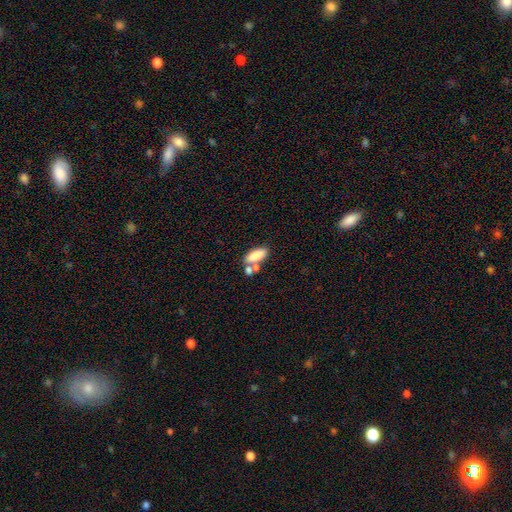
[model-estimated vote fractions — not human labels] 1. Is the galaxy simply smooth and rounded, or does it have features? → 79% smooth, 13% featured or disk, 7% star or artifact.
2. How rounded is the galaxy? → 82% in between, 15% cigar-shaped, 3% round.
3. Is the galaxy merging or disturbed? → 49% none, 33% merger, 13% minor disturbance, 5% major disturbance.